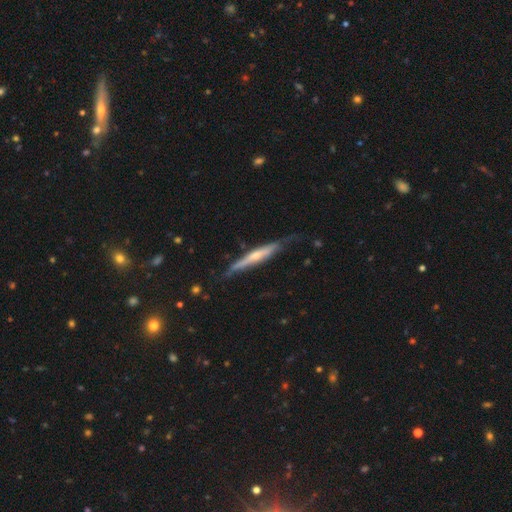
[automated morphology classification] type=featured or disk (62%); edge-on=yes (90%); edge-on bulge=rounded (65%); merging=none (64%).